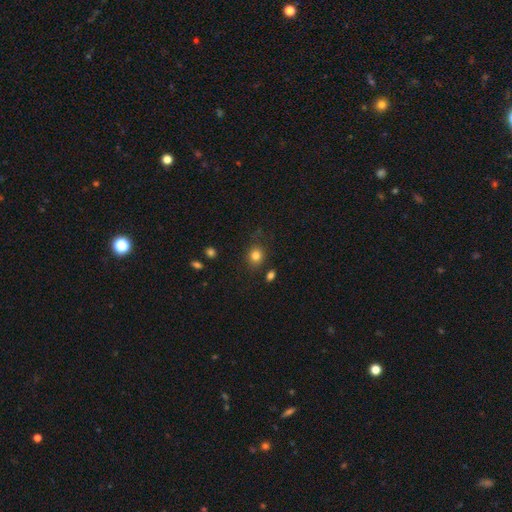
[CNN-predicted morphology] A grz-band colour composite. It shows a smooth galaxy with no disk features (82%) that is round (72%). Merging: none (79%).